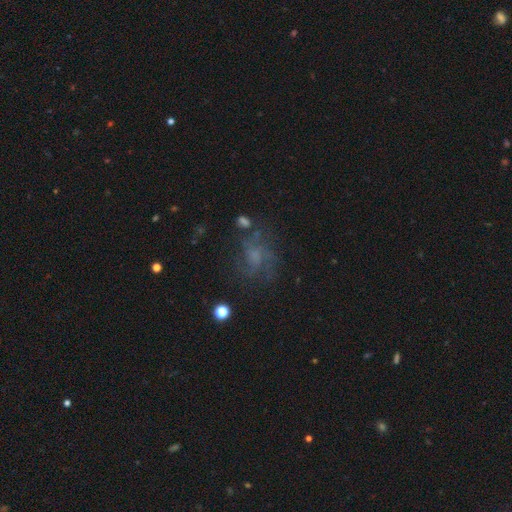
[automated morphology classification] This is possibly a featured or disk galaxy (55%). It is clearly not viewed edge-on (97%). Bar: likely no (68%). Spiral arm pattern: likely yes (76%). Central bulge: marginally none (36%). Merging: possibly none (57%).